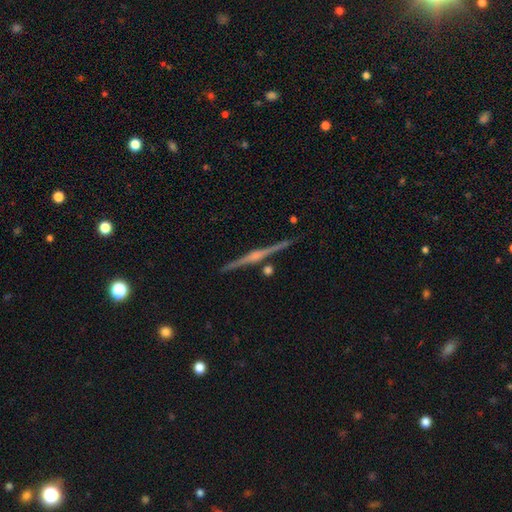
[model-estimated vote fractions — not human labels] This appears to be a featured or disk galaxy (86%) viewed edge-on (99%) with a rounded central bulge (79%). Merging: none (90%).